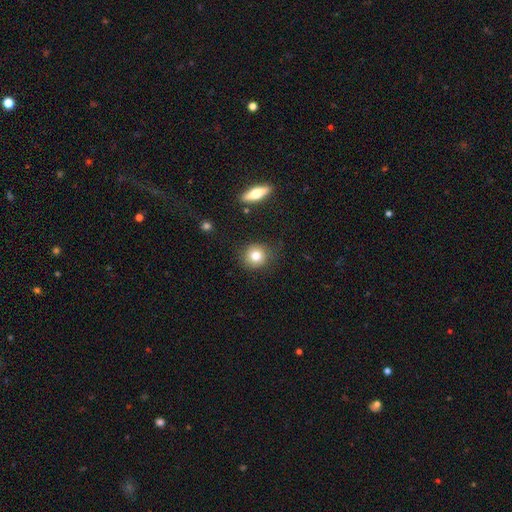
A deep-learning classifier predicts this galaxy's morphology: A smooth galaxy with no disk features (80%) that is round (87%). Merging: none (82%).